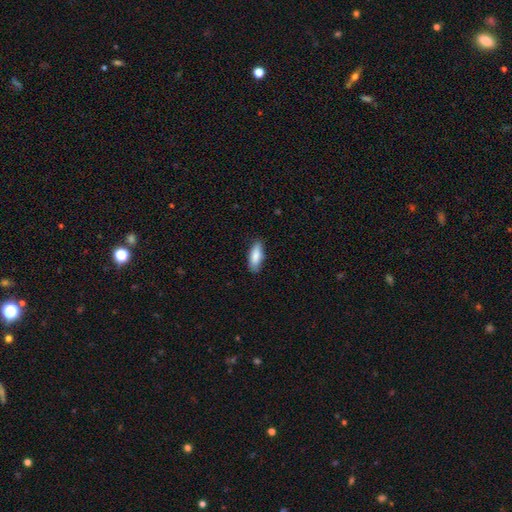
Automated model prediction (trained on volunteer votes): This is clearly a smooth galaxy (86%). How rounded: likely in between (69%). Merging: clearly none (83%).